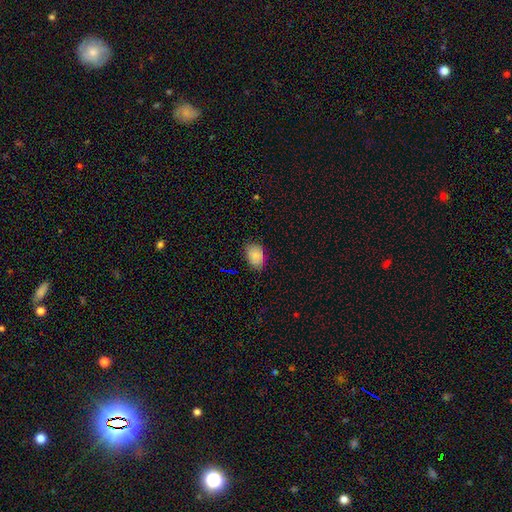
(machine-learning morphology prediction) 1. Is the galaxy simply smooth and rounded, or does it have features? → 81% smooth, 10% featured or disk, 9% star or artifact.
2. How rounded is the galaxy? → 79% in between, 20% round, 1% cigar-shaped.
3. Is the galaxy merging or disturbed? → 81% none, 15% minor disturbance, 3% major disturbance, 1% merger.